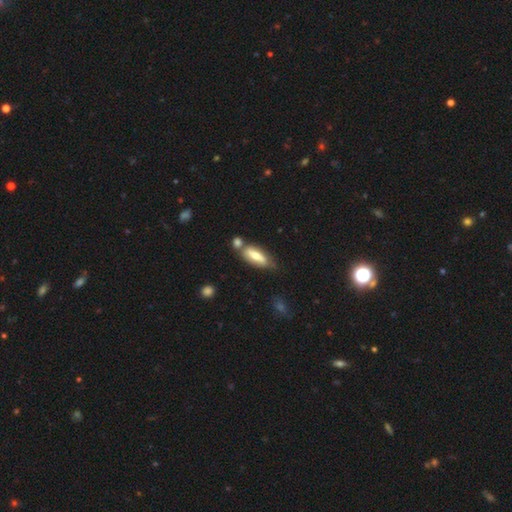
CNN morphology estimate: This appears to be a smooth galaxy with no disk features (61%) that is in between round and cigar-shaped (68%). Merging: none (52%).